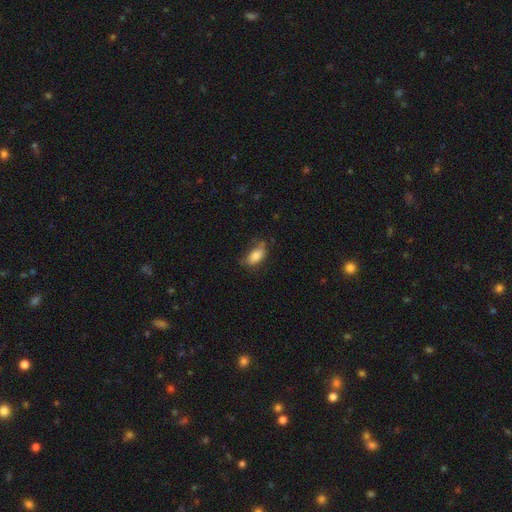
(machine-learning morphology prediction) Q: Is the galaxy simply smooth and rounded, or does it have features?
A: smooth — 80%.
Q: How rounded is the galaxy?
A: in between — 88%.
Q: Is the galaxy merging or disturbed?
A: none — 57%.